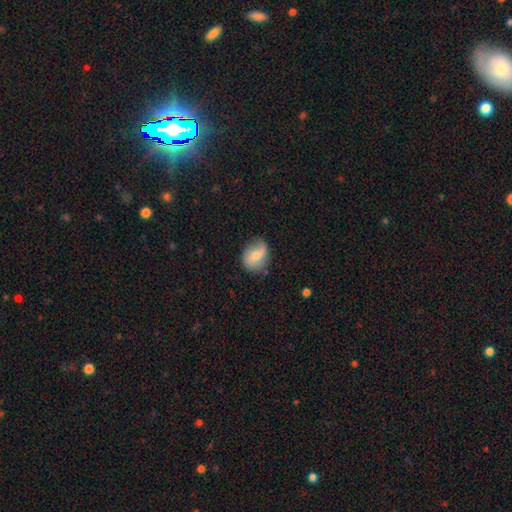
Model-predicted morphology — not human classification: type=smooth (60%); roundness=in between (50%); merging=none (66%).